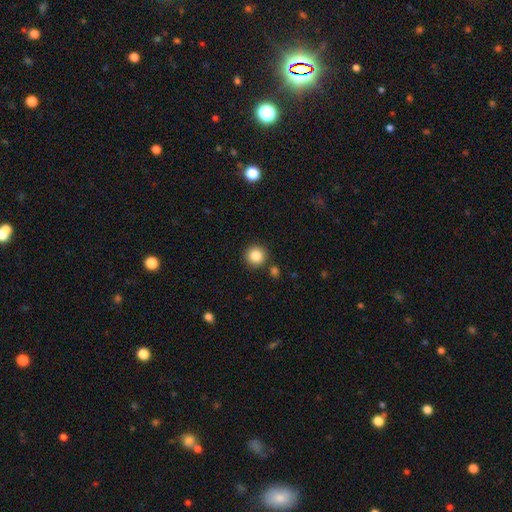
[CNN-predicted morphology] type=smooth (85%); roundness=round (94%); merging=none (87%).